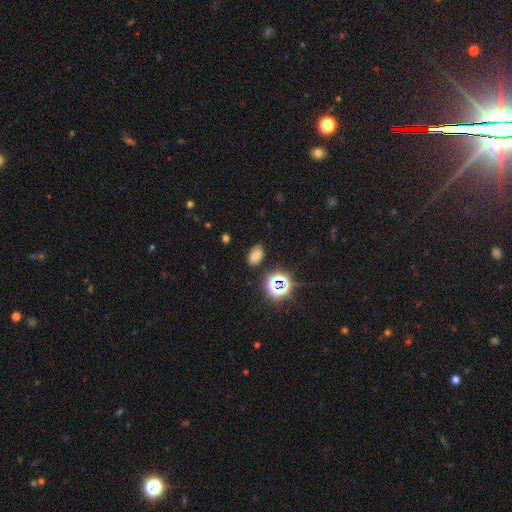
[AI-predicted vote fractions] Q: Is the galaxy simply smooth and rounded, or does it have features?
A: smooth — 63%.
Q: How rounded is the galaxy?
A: in between — 88%.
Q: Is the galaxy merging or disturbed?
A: none — 82%.